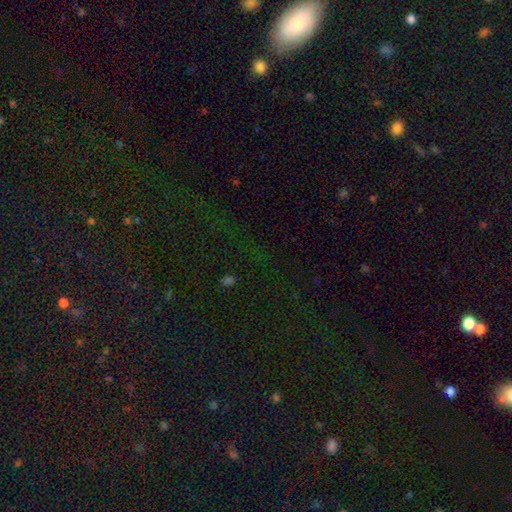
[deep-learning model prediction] Morphology: type=star or artifact (71%).